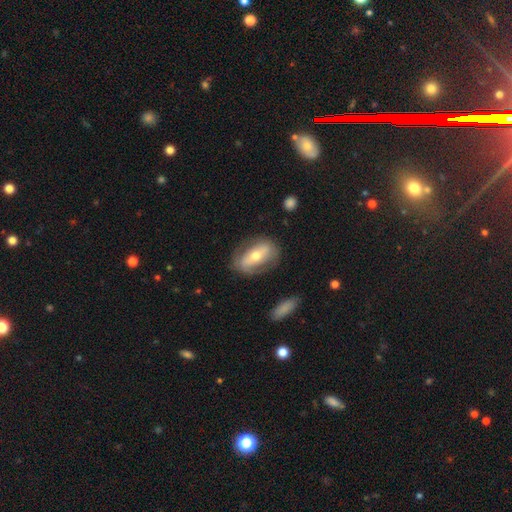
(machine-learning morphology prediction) Overall: featured or disk (52%; smooth 41%). Edge-on disk: no (83%). Merging: none (73%).